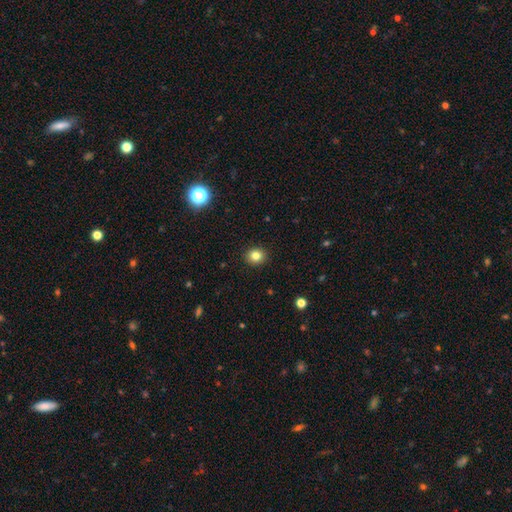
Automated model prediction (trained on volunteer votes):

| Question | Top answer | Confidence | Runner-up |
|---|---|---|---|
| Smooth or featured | smooth | 82% | star or artifact (12%) |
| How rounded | round | 80% | in between (19%) |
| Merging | none | 91% | minor disturbance (6%) |